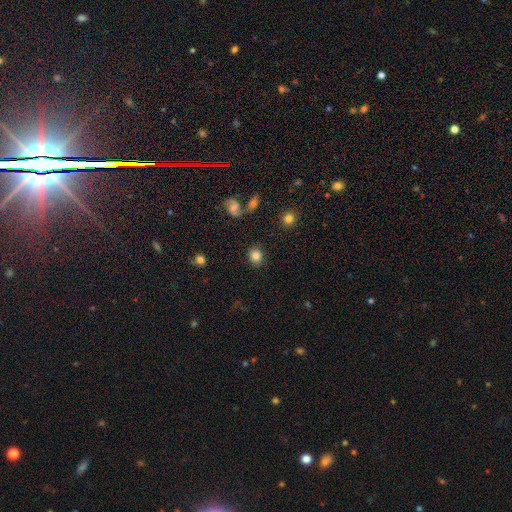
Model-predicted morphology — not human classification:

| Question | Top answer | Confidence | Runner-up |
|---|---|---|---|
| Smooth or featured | smooth | 82% | star or artifact (10%) |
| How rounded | round | 78% | in between (21%) |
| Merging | none | 86% | minor disturbance (8%) |